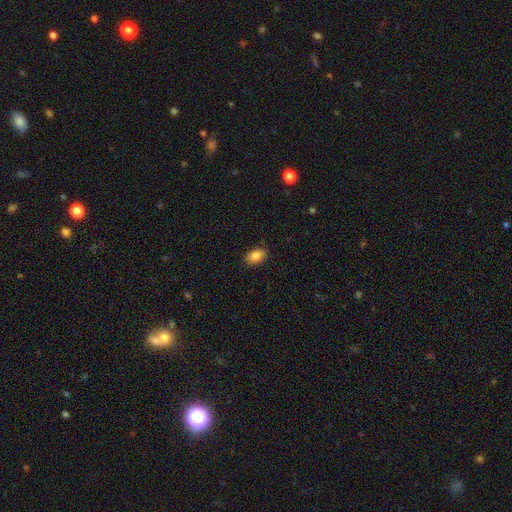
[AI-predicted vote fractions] Smooth or featured? smooth (85%)
How rounded? in between (85%)
Merging? none (86%)